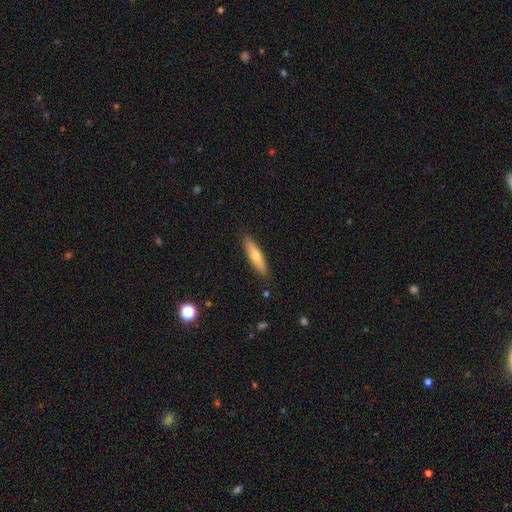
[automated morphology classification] A smooth galaxy with no disk features (59%) that is cigar-shaped (76%). Merging: none (89%).